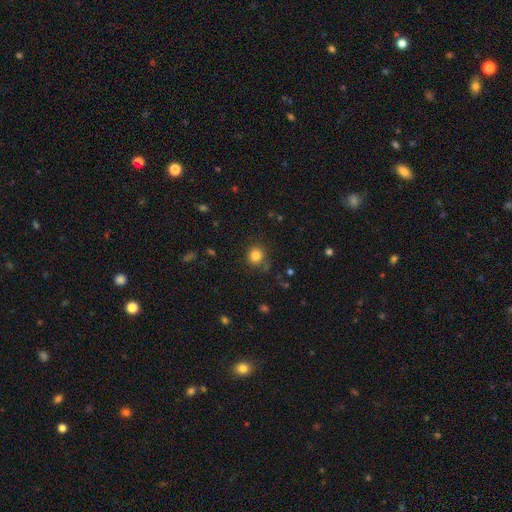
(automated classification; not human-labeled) The model was most divided on "smooth or featured": smooth: 82%, star or artifact: 12%, featured or disk: 6%. More confident: how rounded — round (88%); merging — none (85%).